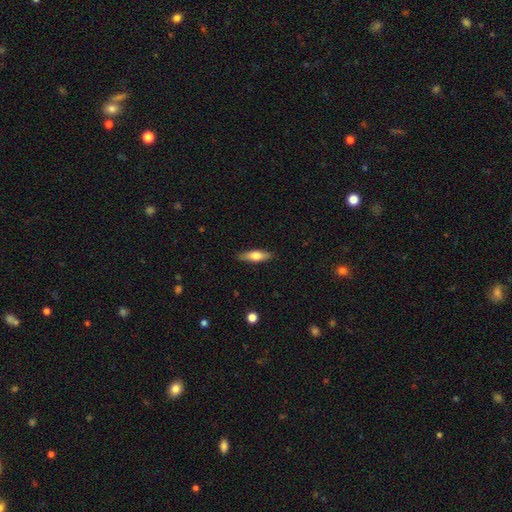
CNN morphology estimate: This is likely a smooth galaxy (66%). How rounded: possibly cigar-shaped (54%). Merging: clearly none (87%).